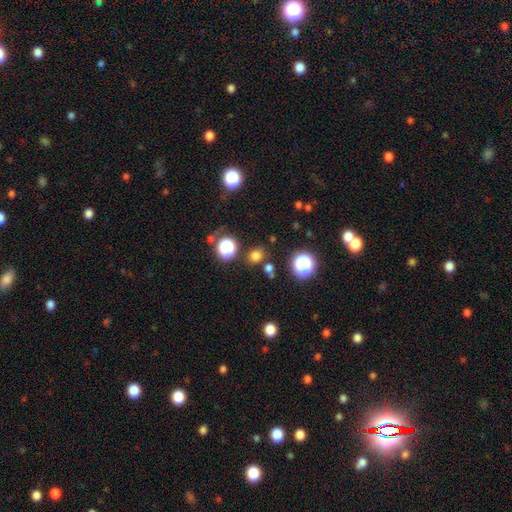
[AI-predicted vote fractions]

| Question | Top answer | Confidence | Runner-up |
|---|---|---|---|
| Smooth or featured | smooth | 73% | star or artifact (21%) |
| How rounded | round | 63% | in between (35%) |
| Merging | none | 80% | minor disturbance (9%) |